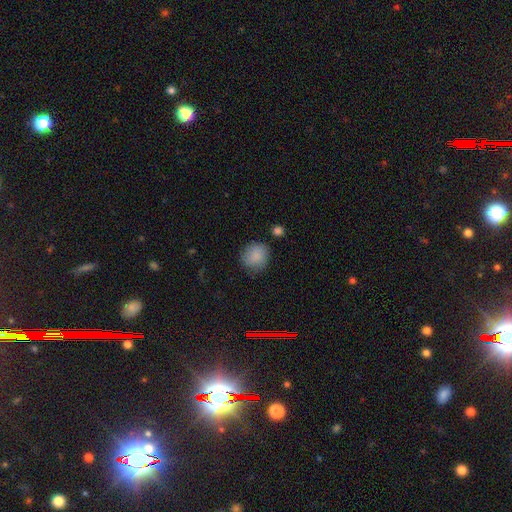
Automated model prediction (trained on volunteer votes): smooth-or-featured: smooth: 86% | star or artifact: 9% | featured or disk: 5%
  how-rounded: round: 82% | in between: 17% | cigar-shaped: 1%
  merging: none: 77% | minor disturbance: 16% | major disturbance: 4% | merger: 3%